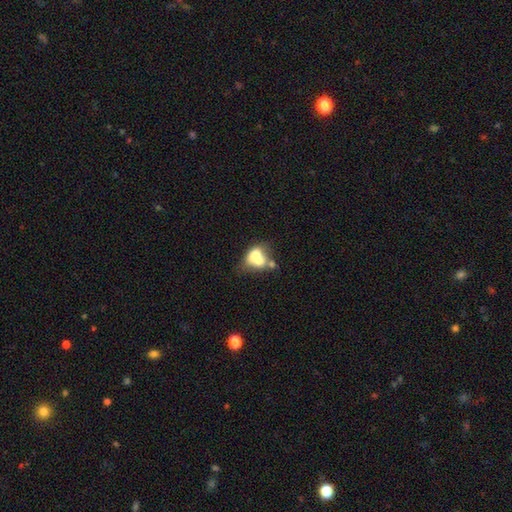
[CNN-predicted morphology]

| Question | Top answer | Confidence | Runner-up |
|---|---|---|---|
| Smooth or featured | smooth | 61% | featured or disk (28%) |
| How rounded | in between | 67% | round (31%) |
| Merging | merger | 57% | none (21%) |